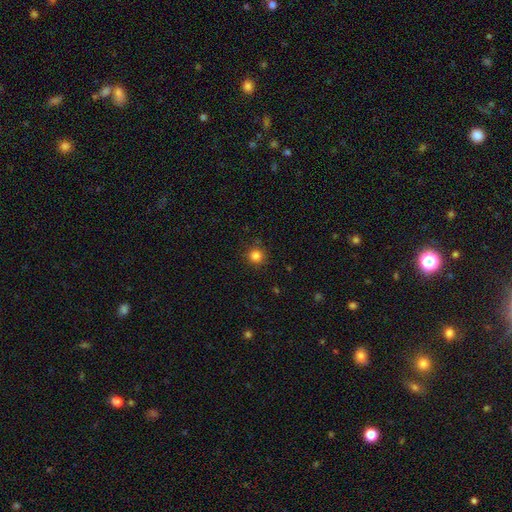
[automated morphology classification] smooth-or-featured: smooth: 83% | star or artifact: 13% | featured or disk: 4%
  how-rounded: round: 94% | in between: 6% | cigar-shaped: 1%
  merging: none: 88% | minor disturbance: 9% | major disturbance: 2% | merger: 1%